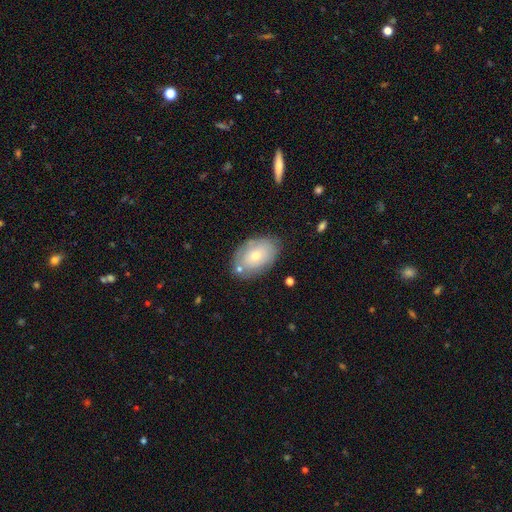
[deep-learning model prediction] Smooth or featured? smooth (60%)
How rounded? in between (86%)
Merging? none (73%)